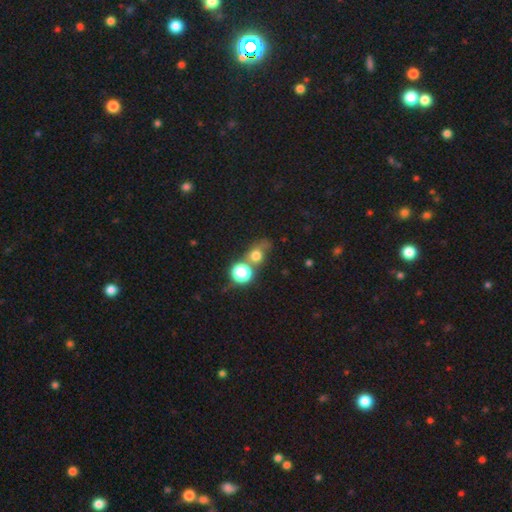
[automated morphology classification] Smooth or featured? Predicted: smooth (p=0.68). How rounded? Predicted: round (p=0.72). Merging? Predicted: none (p=0.39).